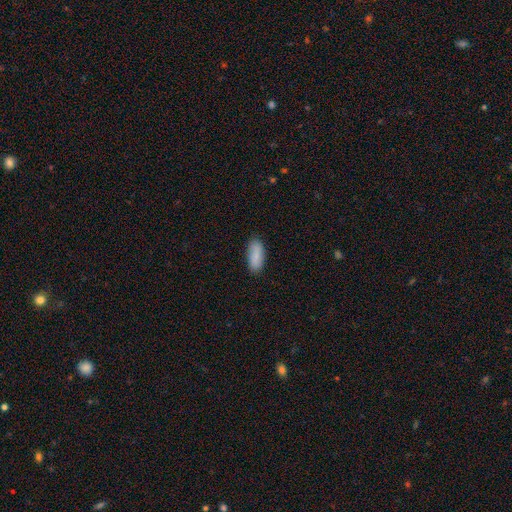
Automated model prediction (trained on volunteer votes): Smooth or featured?
  - smooth: 86% *
  - featured or disk: 8%
  - star or artifact: 6%
How rounded?
  - in between: 81% *
  - cigar-shaped: 17%
  - round: 2%
Merging?
  - none: 86% *
  - minor disturbance: 11%
  - major disturbance: 2%
  - merger: 1%